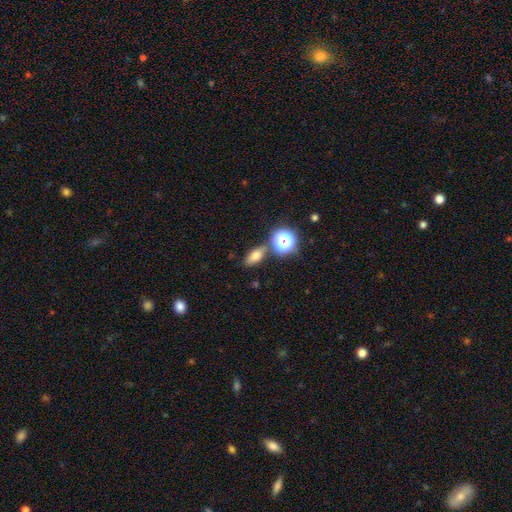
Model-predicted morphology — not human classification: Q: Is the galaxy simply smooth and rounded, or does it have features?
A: smooth — 68%.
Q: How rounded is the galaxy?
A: in between — 68%.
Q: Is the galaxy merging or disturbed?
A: none — 77%.